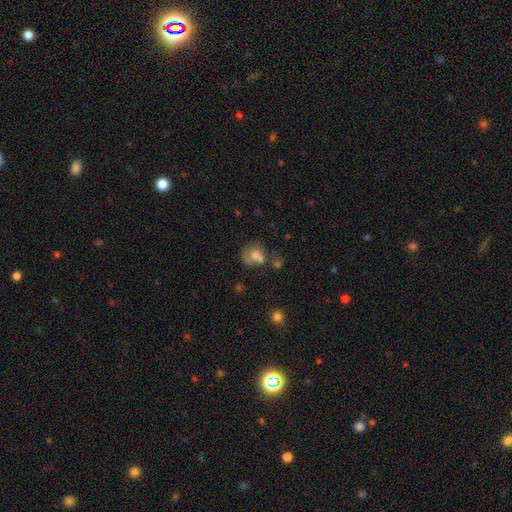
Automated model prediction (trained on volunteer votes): Smooth or featured? smooth (62%)
How rounded? round (61%)
Merging? none (35%)